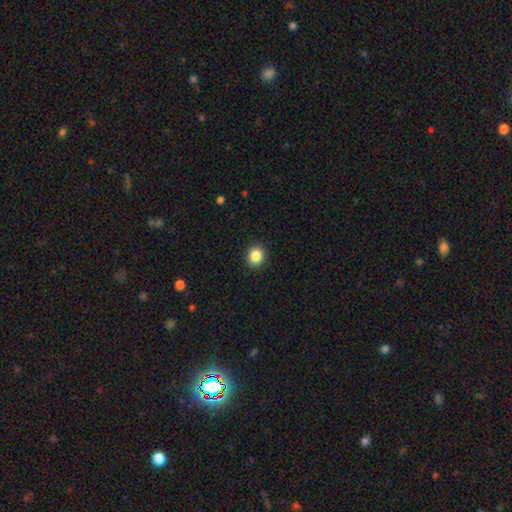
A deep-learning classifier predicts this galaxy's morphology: Smooth or featured? smooth (86%)
How rounded? round (73%)
Merging? none (92%)